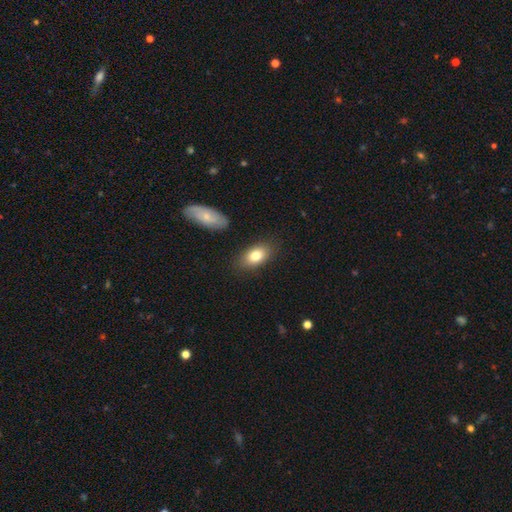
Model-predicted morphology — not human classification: smooth-or-featured: smooth: 79% | featured or disk: 14% | star or artifact: 7%
  how-rounded: in between: 89% | round: 8% | cigar-shaped: 3%
  merging: none: 83% | minor disturbance: 12% | major disturbance: 3% | merger: 3%